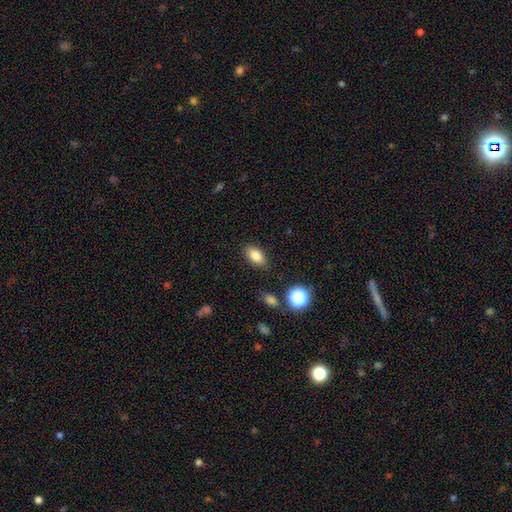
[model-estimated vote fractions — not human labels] The model was most divided on "smooth or featured": smooth: 83%, star or artifact: 10%, featured or disk: 7%. More confident: how rounded — in between (88%); merging — none (85%).